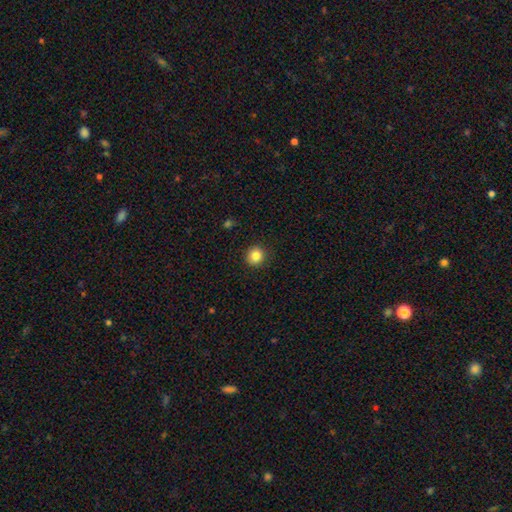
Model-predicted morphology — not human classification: smooth-or-featured: smooth: 85% | star or artifact: 10% | featured or disk: 4%
  how-rounded: round: 90% | in between: 9% | cigar-shaped: 1%
  merging: none: 91% | minor disturbance: 6% | major disturbance: 2% | merger: 1%